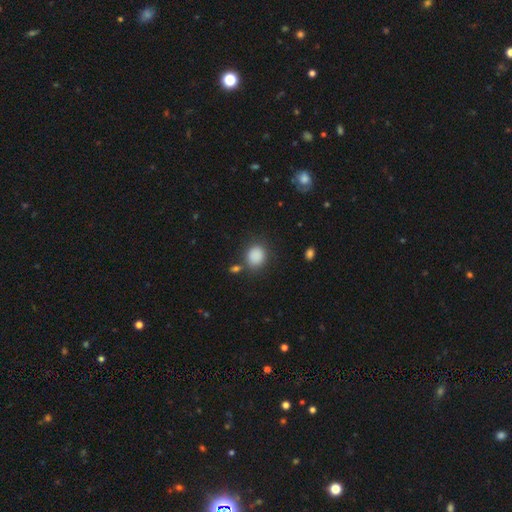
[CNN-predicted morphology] Smooth or featured? Predicted: smooth (p=0.87). How rounded? Predicted: round (p=0.67). Merging? Predicted: none (p=0.77).